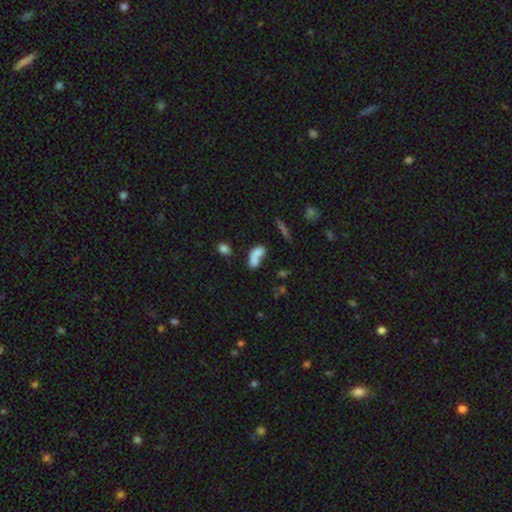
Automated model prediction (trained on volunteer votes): The model was most divided on "merging": merger: 57%, none: 24%, major disturbance: 9%, minor disturbance: 9%. More confident: how rounded — in between (77%); smooth or featured — smooth (70%).